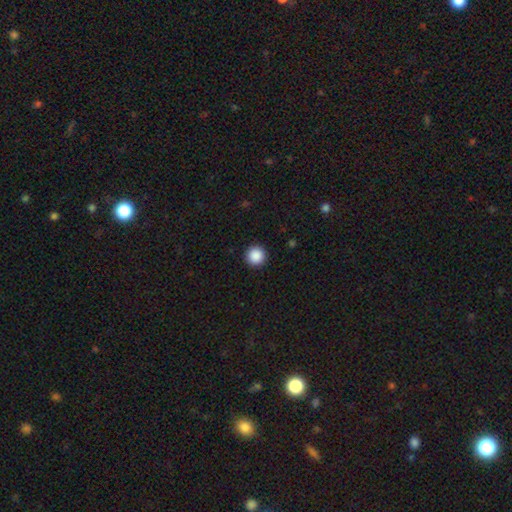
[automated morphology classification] Overall: smooth (88%). How rounded: round (96%). Merging: none (93%).